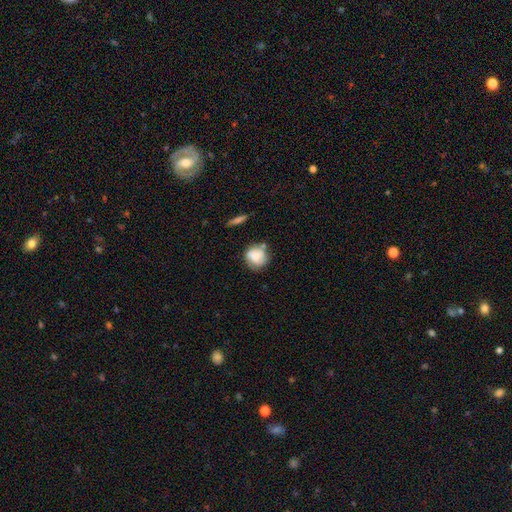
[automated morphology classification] Q: Smooth or featured?
A: smooth (66%); runner-up: featured or disk (25%)
Q: How rounded?
A: round (82%); runner-up: in between (16%)
Q: Merging?
A: none (59%); runner-up: minor disturbance (25%)